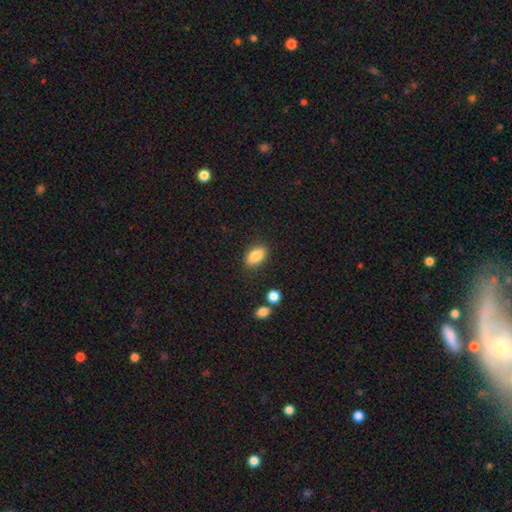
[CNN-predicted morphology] smooth 86%, star or artifact 8%, featured or disk 6%. Down the decision tree: how rounded — in between (89%); merging — none (83%).